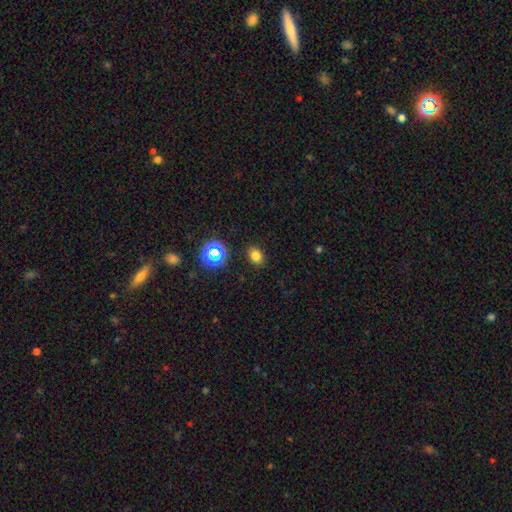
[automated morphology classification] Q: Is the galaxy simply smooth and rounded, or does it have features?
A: smooth — 76%.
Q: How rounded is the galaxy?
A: in between — 60%.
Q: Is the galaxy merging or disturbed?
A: none — 87%.